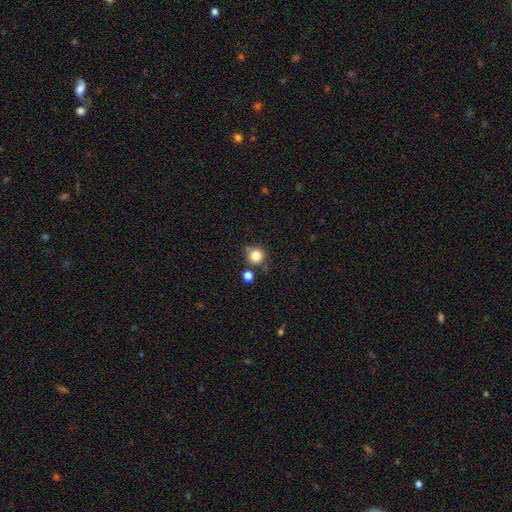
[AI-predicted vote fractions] Smooth or featured? Predicted: smooth (p=0.82). How rounded? Predicted: round (p=0.91). Merging? Predicted: none (p=0.74).